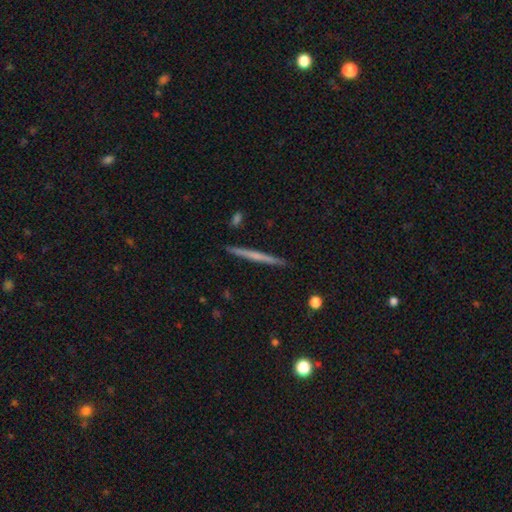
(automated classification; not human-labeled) Smooth or featured? Predicted: featured or disk (p=0.49). Merging? Predicted: none (p=0.92).